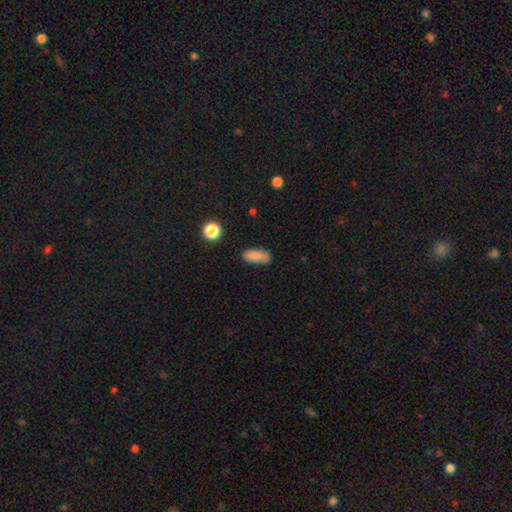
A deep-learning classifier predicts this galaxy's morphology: smooth-or-featured: smooth: 86% | star or artifact: 9% | featured or disk: 5%
  how-rounded: in between: 76% | cigar-shaped: 21% | round: 3%
  merging: none: 79% | minor disturbance: 15% | major disturbance: 3% | merger: 2%